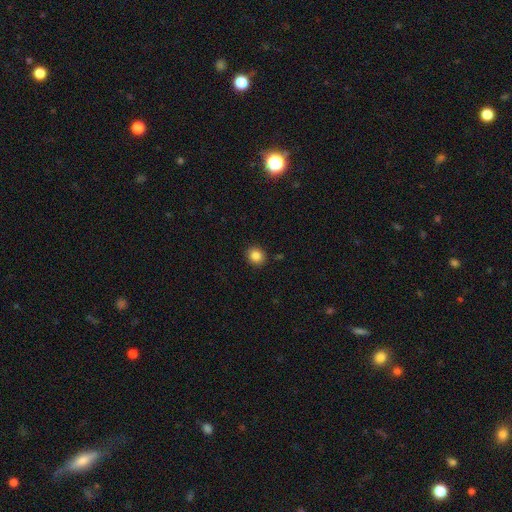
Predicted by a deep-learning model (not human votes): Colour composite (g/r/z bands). It shows a smooth galaxy with no disk features (86%) that is round (84%). Merging: none (90%).